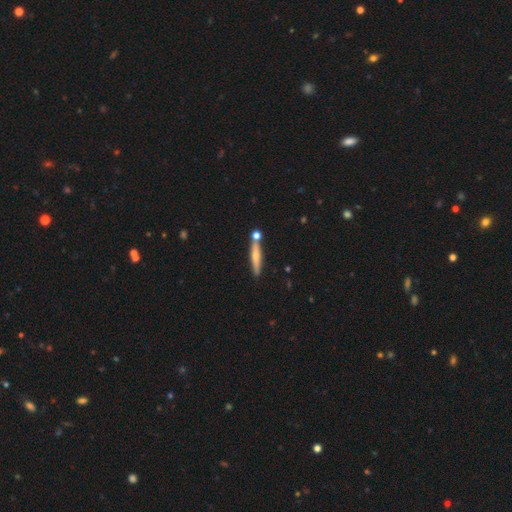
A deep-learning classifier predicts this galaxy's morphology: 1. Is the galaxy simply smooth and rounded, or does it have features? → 57% smooth, 36% featured or disk, 6% star or artifact.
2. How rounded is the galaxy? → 91% cigar-shaped, 7% in between, 2% round.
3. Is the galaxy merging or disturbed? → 75% none, 12% merger, 11% minor disturbance, 2% major disturbance.